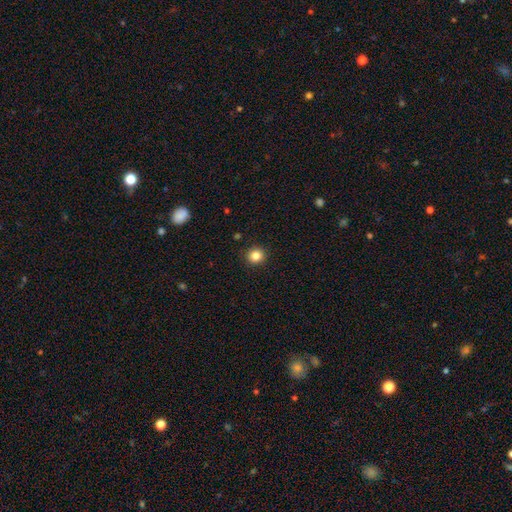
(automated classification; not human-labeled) Q: Smooth or featured?
A: smooth (84%); runner-up: star or artifact (11%)
Q: How rounded?
A: round (91%); runner-up: in between (8%)
Q: Merging?
A: none (92%); runner-up: minor disturbance (5%)